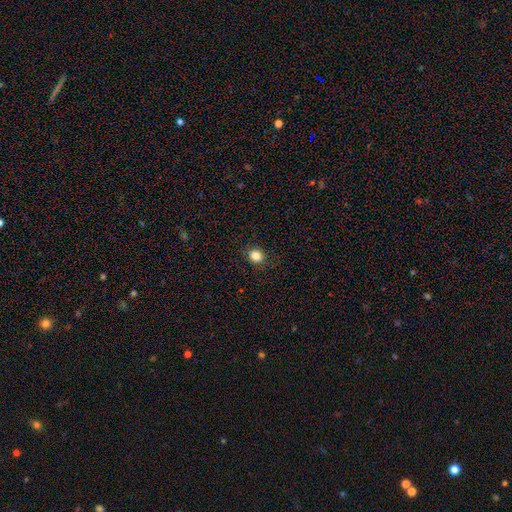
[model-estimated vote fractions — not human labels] Overall: smooth (84%). How rounded: round (69%; in between 30%). Merging: none (87%).